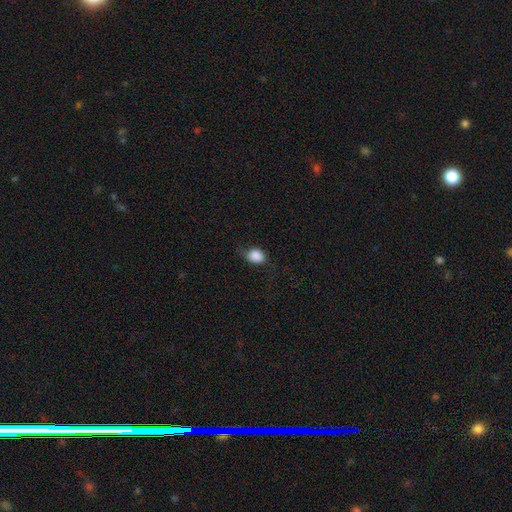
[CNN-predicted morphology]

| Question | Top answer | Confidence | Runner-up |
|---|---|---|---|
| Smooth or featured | smooth | 85% | star or artifact (9%) |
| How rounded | in between | 60% | round (38%) |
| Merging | none | 56% | minor disturbance (29%) |